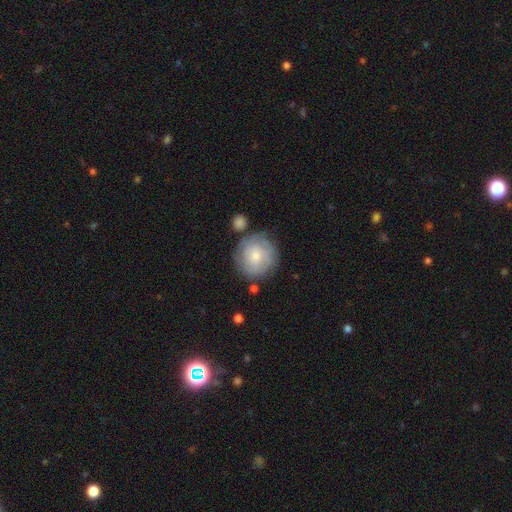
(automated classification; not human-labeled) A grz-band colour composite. It shows a smooth galaxy with no disk features (54%) that is round (92%). Merging: none (69%).